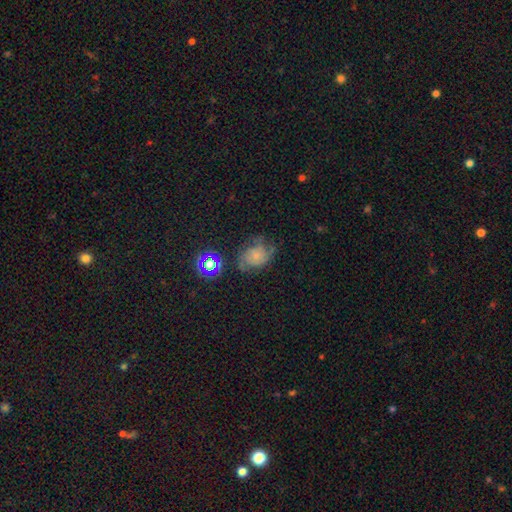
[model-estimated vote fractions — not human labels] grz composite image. It shows a featured or disk galaxy (52%) with no bar (80%), spiral arms (85%) and a small central bulge (61%). Merging: none (52%).